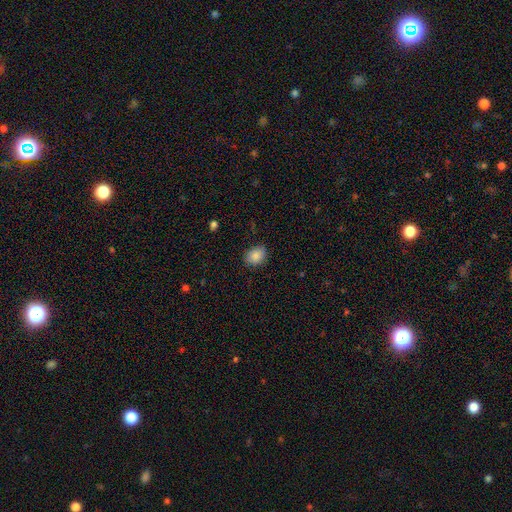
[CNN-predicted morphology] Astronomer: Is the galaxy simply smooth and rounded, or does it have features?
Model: smooth — 87%.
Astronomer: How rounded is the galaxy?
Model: in between — 60% (runner-up: round, 39%).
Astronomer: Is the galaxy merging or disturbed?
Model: none — 85%.